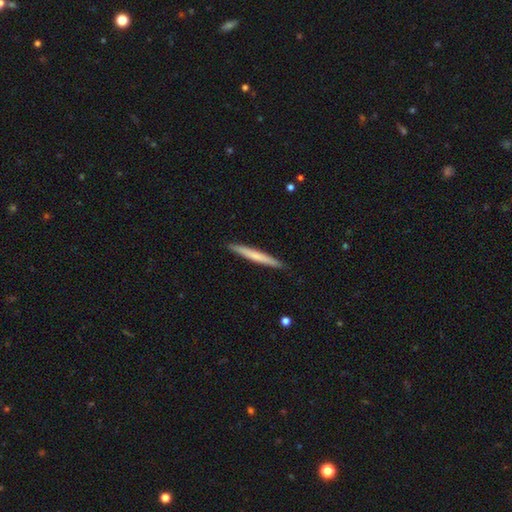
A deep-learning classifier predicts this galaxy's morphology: This appears to be a smooth galaxy with no disk features (62%) that is cigar-shaped (97%). Merging: none (91%).